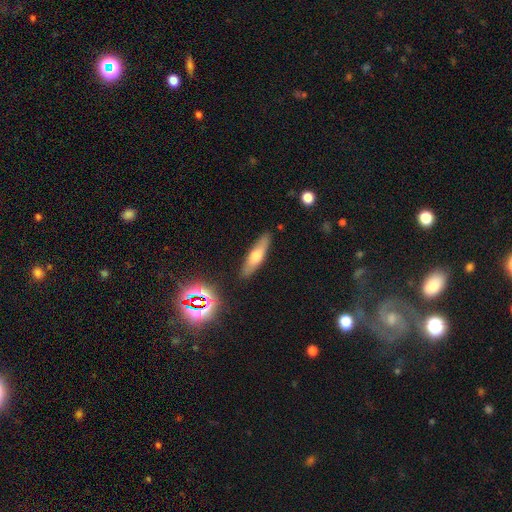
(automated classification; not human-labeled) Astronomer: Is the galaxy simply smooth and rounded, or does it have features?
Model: smooth — 54% (runner-up: featured or disk, 38%).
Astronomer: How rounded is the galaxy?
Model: cigar-shaped — 70%.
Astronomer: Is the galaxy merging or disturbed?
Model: none — 86%.